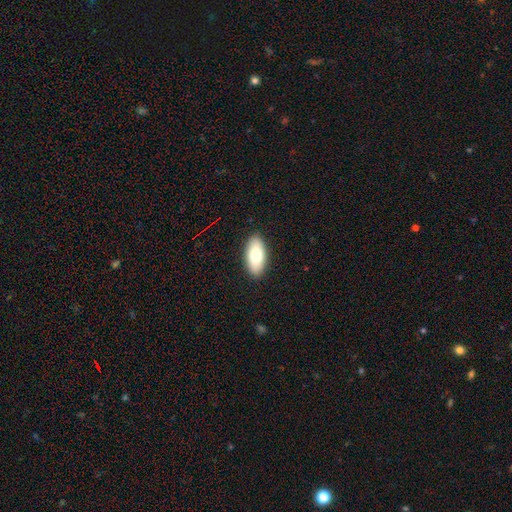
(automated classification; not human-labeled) Smooth or featured? smooth (74%)
How rounded? in between (91%)
Merging? none (90%)